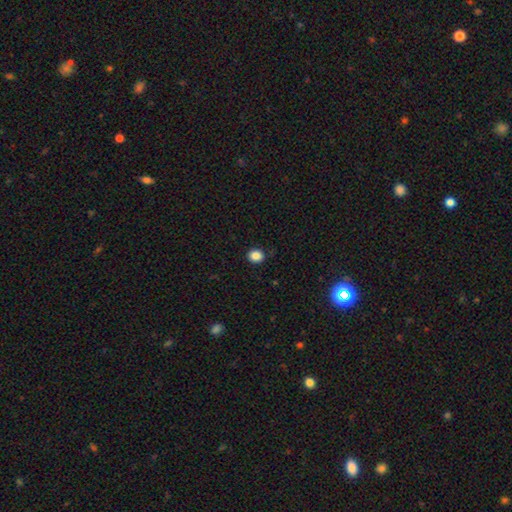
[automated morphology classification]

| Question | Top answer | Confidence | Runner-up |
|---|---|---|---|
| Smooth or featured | smooth | 86% | star or artifact (10%) |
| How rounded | round | 71% | in between (28%) |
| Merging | none | 89% | minor disturbance (7%) |